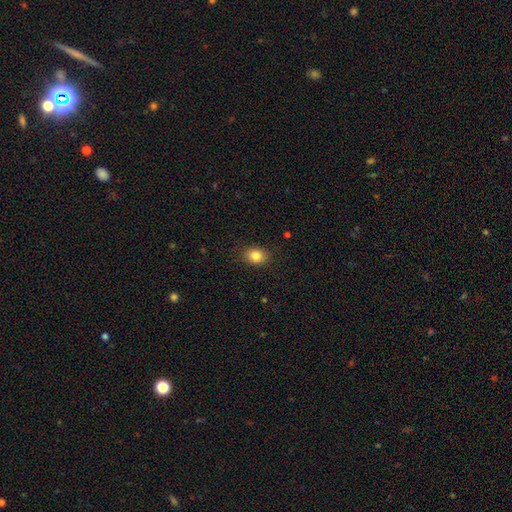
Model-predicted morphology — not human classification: The model was most divided on "how rounded": in between: 58%, round: 41%, cigar-shaped: 1%. More confident: merging — none (86%); smooth or featured — smooth (83%).